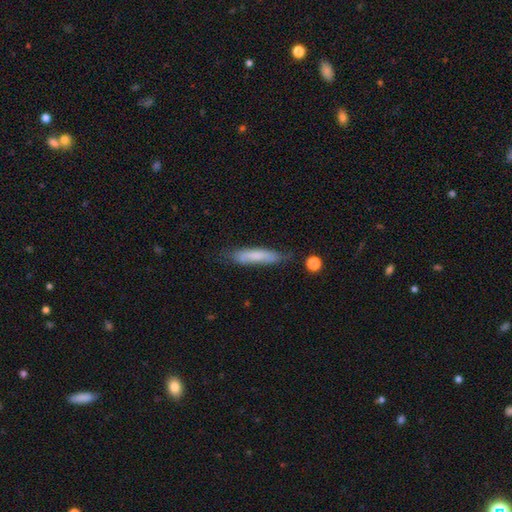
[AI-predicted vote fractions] This is likely a smooth galaxy (72%). How rounded: clearly cigar-shaped (82%). Merging: likely none (68%).